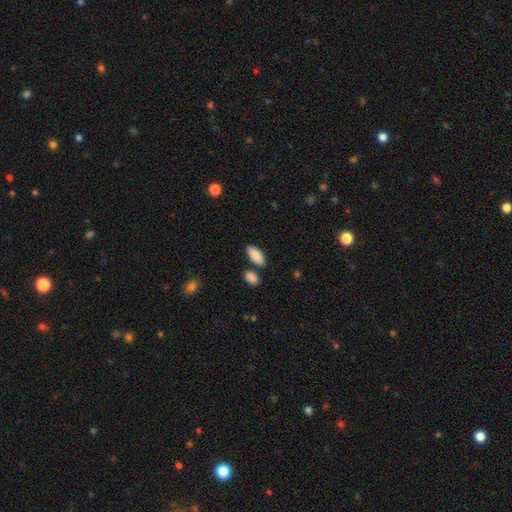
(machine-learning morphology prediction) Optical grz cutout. It shows a smooth galaxy with no disk features (87%) that is in between round and cigar-shaped (88%). Merging: none (79%).